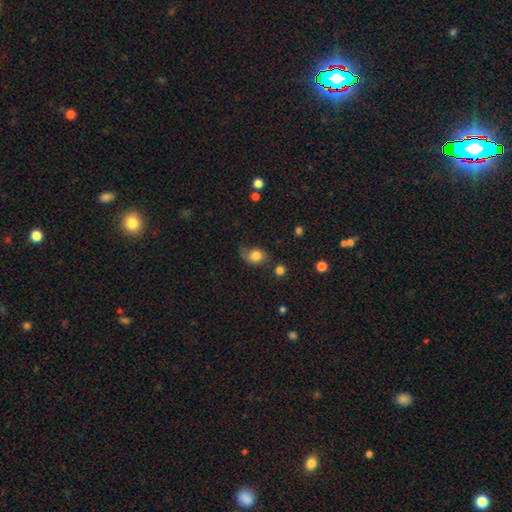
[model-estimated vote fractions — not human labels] This appears to be a smooth galaxy with no disk features (78%) that is round (56%). Merging: none (50%).